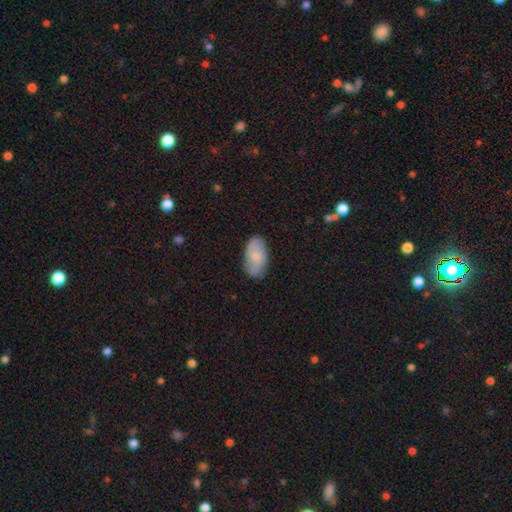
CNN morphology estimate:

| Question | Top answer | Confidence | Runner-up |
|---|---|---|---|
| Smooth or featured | smooth | 71% | featured or disk (23%) |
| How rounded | in between | 93% | round (4%) |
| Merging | none | 76% | minor disturbance (18%) |